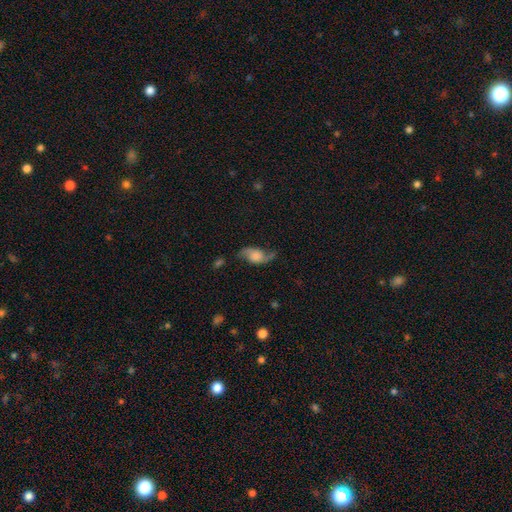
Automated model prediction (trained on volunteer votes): Q: Smooth or featured?
A: featured or disk (69%); runner-up: smooth (22%)
Q: Edge-on disk?
A: no (94%); runner-up: yes (6%)
Q: Bar?
A: no (69%); runner-up: weak (25%)
Q: Spiral arms?
A: yes (93%); runner-up: no (7%)
Q: Spiral winding?
A: loose (76%); runner-up: medium (19%)
Q: Spiral arm count?
A: 2 (91%); runner-up: 1 (3%)
Q: Bulge size?
A: none (29%); runner-up: large (26%)
Q: Merging?
A: none (65%); runner-up: minor disturbance (21%)